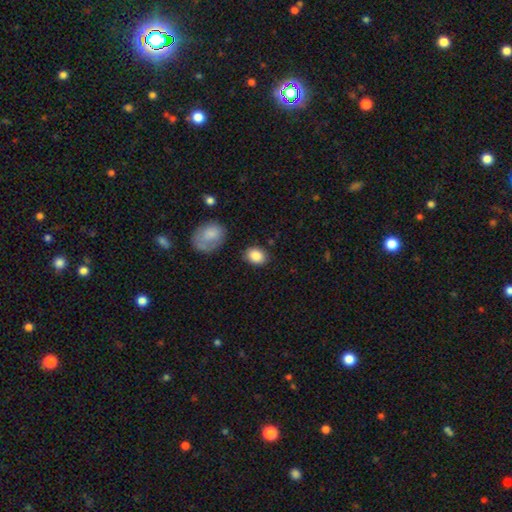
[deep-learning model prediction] Q: Smooth or featured?
A: smooth (88%); runner-up: star or artifact (8%)
Q: How rounded?
A: in between (64%); runner-up: round (35%)
Q: Merging?
A: none (82%); runner-up: minor disturbance (12%)